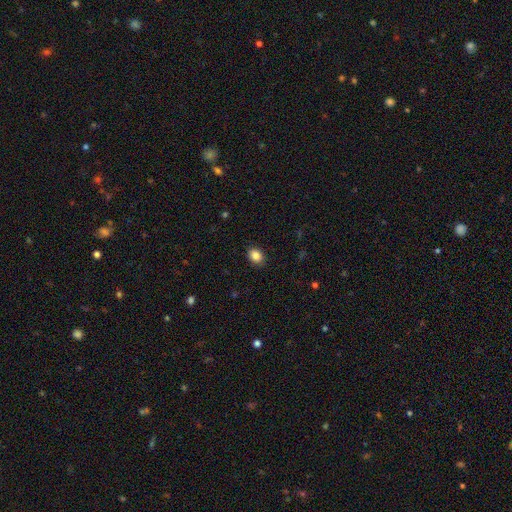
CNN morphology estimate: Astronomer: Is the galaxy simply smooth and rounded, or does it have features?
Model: smooth — 87%.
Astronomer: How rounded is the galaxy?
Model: in between — 66%.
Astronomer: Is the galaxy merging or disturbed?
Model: none — 89%.